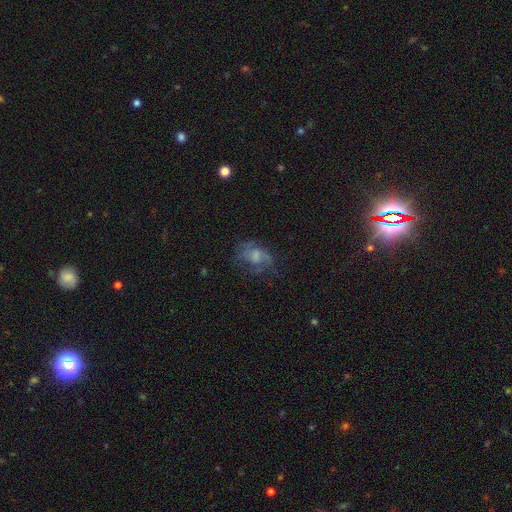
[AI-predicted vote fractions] Smooth or featured: featured or disk — 47% (smooth — 39%)
Merging: none — 42% (major disturbance — 33%)